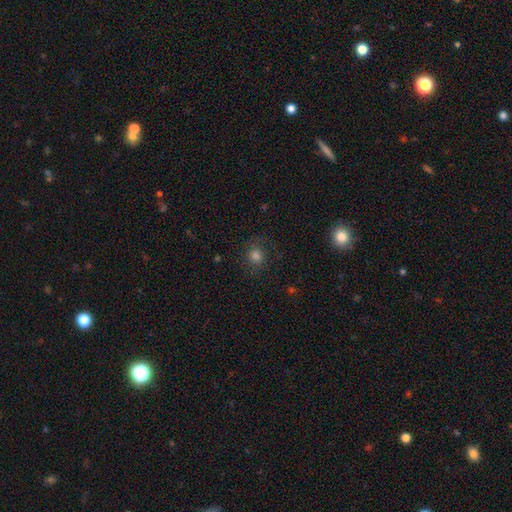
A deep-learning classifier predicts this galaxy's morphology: Smooth or featured?
  - smooth: 70% *
  - star or artifact: 18%
  - featured or disk: 12%
How rounded?
  - round: 79% *
  - in between: 20%
  - cigar-shaped: 1%
Merging?
  - none: 77% *
  - minor disturbance: 14%
  - major disturbance: 8%
  - merger: 1%